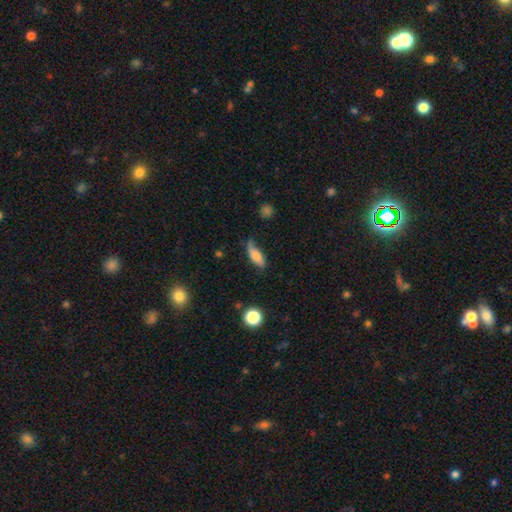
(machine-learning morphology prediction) Smooth or featured? smooth (71%)
How rounded? in between (72%)
Merging? none (49%)